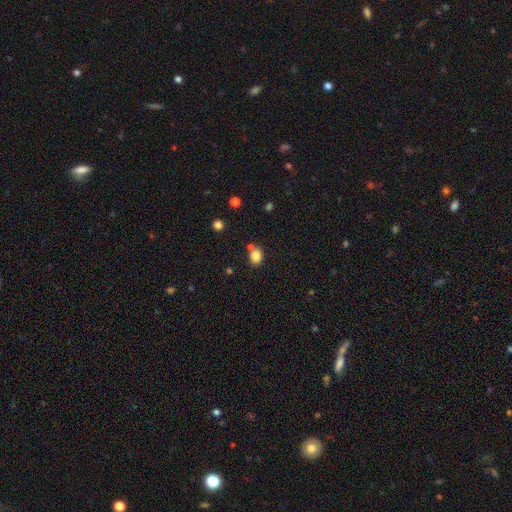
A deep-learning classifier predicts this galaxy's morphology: Smooth or featured? Predicted: smooth (p=0.82). How rounded? Predicted: round (p=0.52). Merging? Predicted: none (p=0.68).